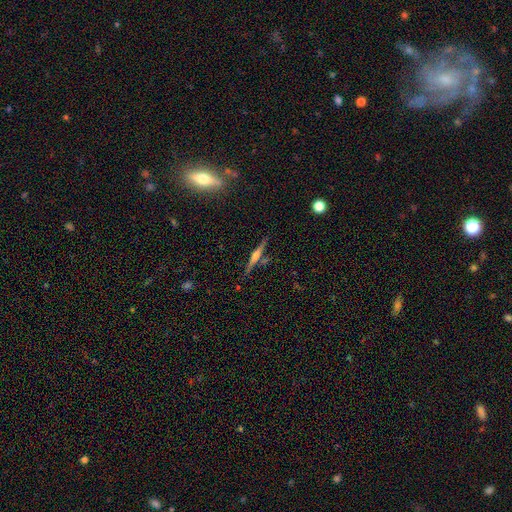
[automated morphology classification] Smooth or featured: featured or disk — 68% (smooth — 24%)
Edge-on disk: yes — 97% (no — 3%)
Edge-on bulge: rounded — 73% (boxy — 16%)
Merging: none — 83% (minor disturbance — 10%)